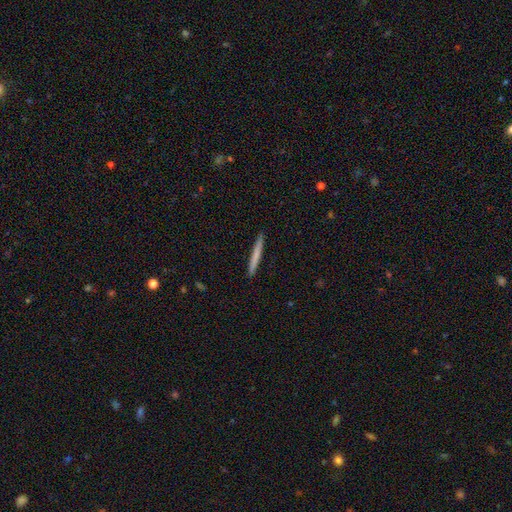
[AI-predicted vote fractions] smooth 69%, featured or disk 25%, star or artifact 5%. Down the decision tree: how rounded — cigar-shaped (97%); merging — none (93%).